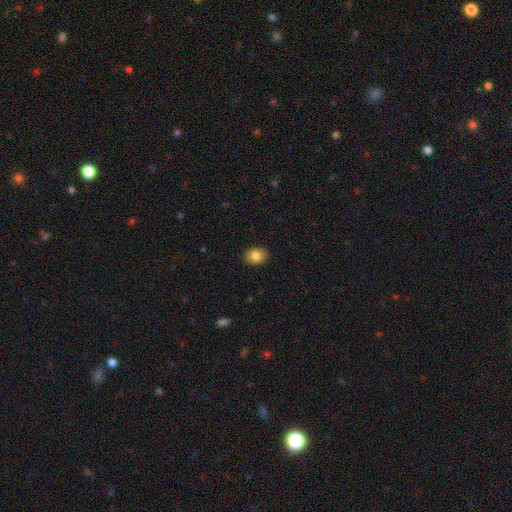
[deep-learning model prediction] smooth-or-featured: smooth: 83% | star or artifact: 9% | featured or disk: 8%
  how-rounded: in between: 59% | round: 40% | cigar-shaped: 1%
  merging: none: 89% | minor disturbance: 8% | major disturbance: 2% | merger: 1%